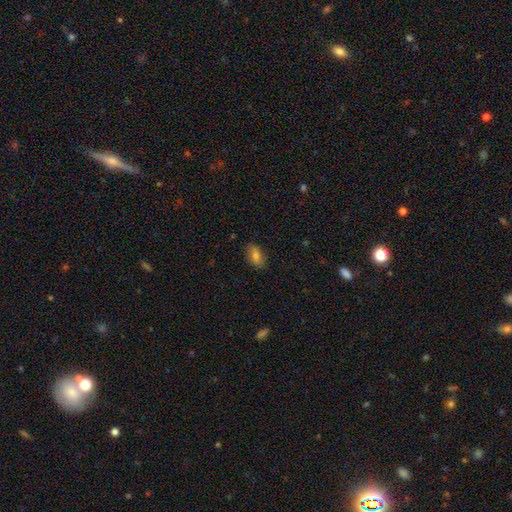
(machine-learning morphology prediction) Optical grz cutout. It shows a smooth galaxy with no disk features (74%) that is in between round and cigar-shaped (88%). Merging: none (81%).